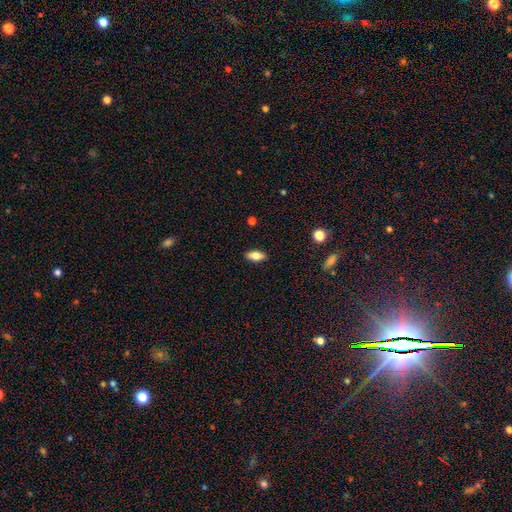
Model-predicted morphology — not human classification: Smooth or featured?
  - smooth: 77% *
  - featured or disk: 16%
  - star or artifact: 7%
How rounded?
  - in between: 85% *
  - cigar-shaped: 12%
  - round: 3%
Merging?
  - none: 89% *
  - minor disturbance: 8%
  - major disturbance: 2%
  - merger: 1%